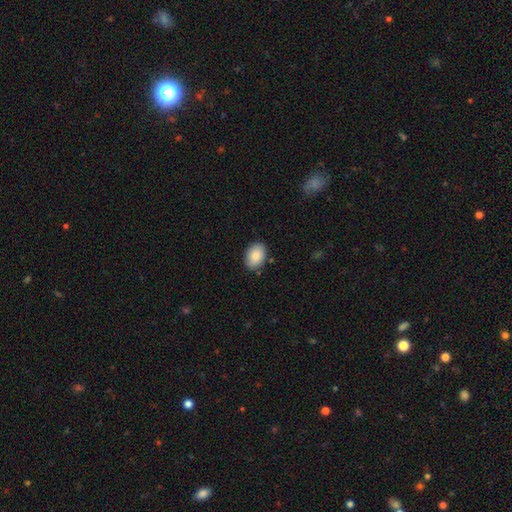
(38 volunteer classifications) Smooth or featured? 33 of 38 (87%) said smooth. How rounded? 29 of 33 (88%) said in between. Merging? 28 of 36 (78%) said none.